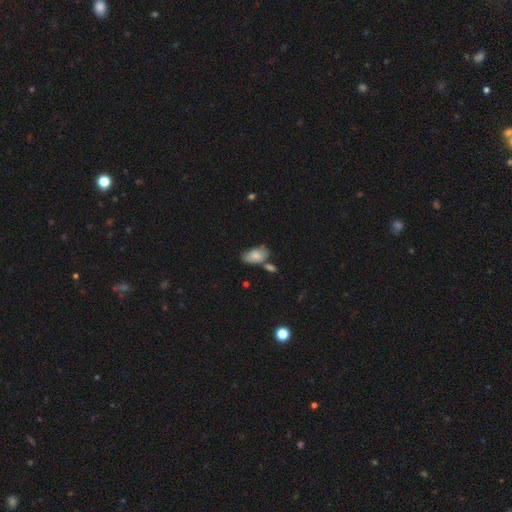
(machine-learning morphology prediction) Smooth or featured? smooth (73%)
How rounded? in between (92%)
Merging? none (47%)